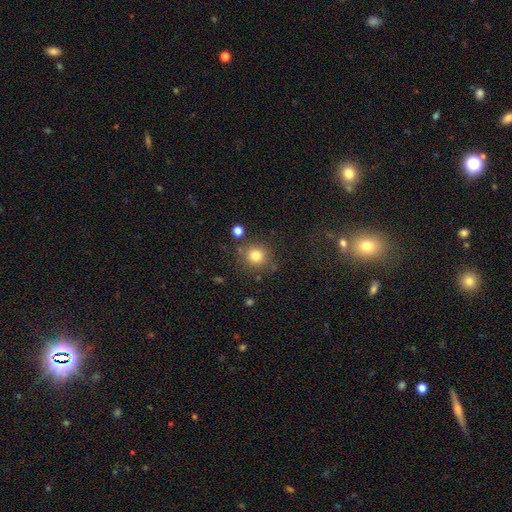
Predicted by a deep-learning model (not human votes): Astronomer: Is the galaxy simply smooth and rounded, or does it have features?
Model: smooth — 80%.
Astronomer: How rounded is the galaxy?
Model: round — 92%.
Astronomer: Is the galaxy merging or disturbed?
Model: none — 81%.